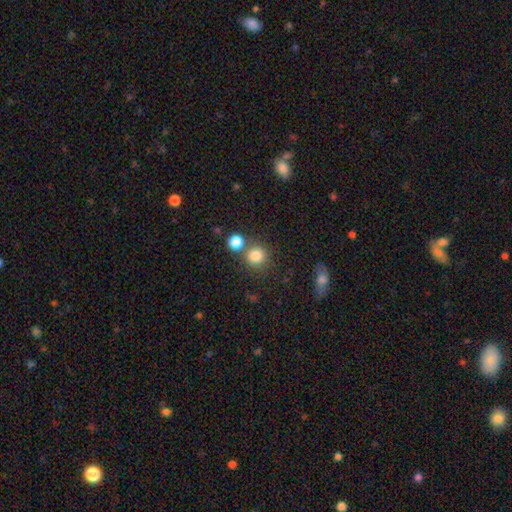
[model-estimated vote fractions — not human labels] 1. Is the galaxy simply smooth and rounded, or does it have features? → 82% smooth, 12% star or artifact, 6% featured or disk.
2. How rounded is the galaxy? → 89% round, 10% in between, 1% cigar-shaped.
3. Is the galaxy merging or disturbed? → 67% none, 20% merger, 9% minor disturbance, 4% major disturbance.